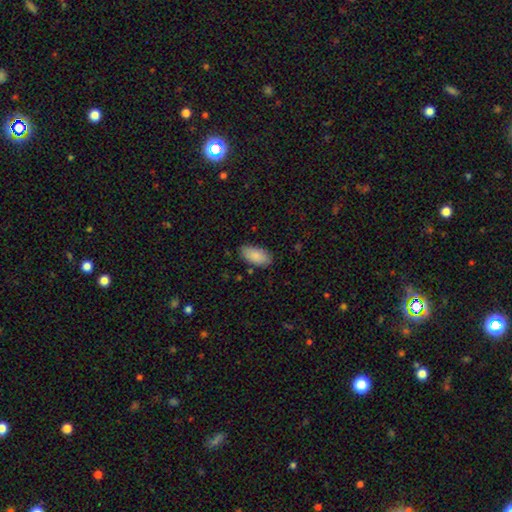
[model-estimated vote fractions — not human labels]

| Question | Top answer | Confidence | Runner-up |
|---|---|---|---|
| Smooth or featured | smooth | 87% | featured or disk (7%) |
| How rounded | in between | 94% | cigar-shaped (4%) |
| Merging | none | 82% | minor disturbance (14%) |